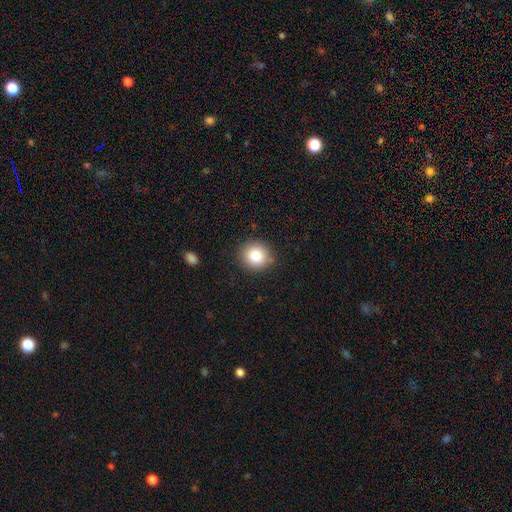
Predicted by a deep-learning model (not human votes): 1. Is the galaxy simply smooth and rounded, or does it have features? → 84% smooth, 9% star or artifact, 6% featured or disk.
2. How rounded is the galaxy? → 87% round, 12% in between, 1% cigar-shaped.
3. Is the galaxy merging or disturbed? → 88% none, 9% minor disturbance, 2% major disturbance, 1% merger.